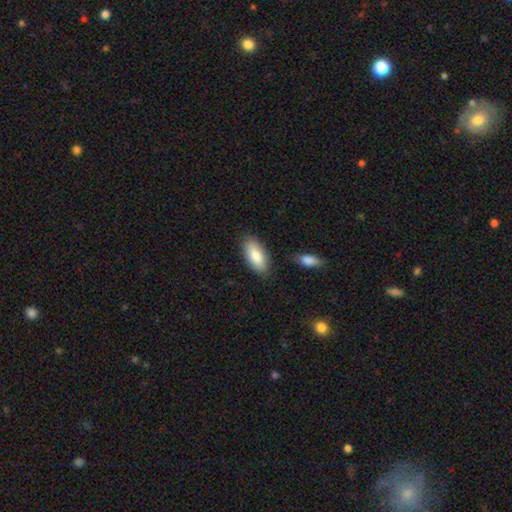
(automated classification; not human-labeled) smooth 83%, featured or disk 11%, star or artifact 6%. Down the decision tree: how rounded — in between (88%); merging — none (83%).